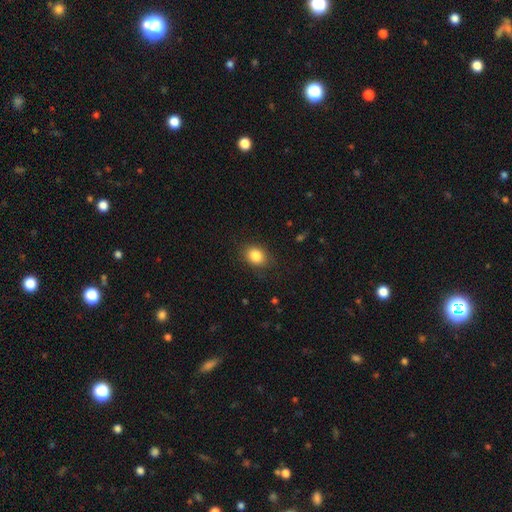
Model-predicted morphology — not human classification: A smooth galaxy with no disk features (85%) that is in between round and cigar-shaped (56%). Merging: none (83%).